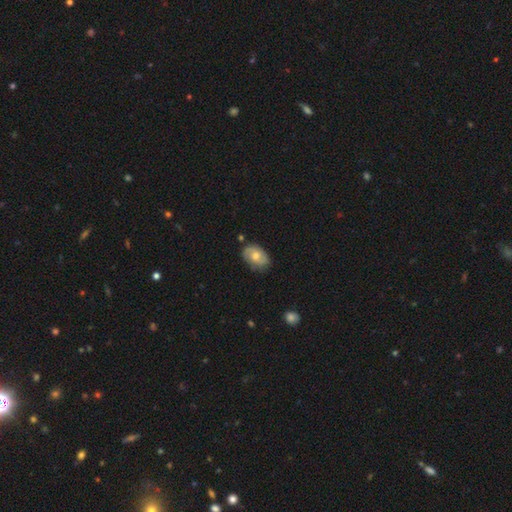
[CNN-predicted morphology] Smooth or featured? Predicted: featured or disk (p=0.53). Edge-on disk? Predicted: no (p=0.95). Bar? Predicted: no (p=0.73). Spiral arms? Predicted: yes (p=0.82). Bulge size? Predicted: moderate (p=0.67). Merging? Predicted: none (p=0.75).